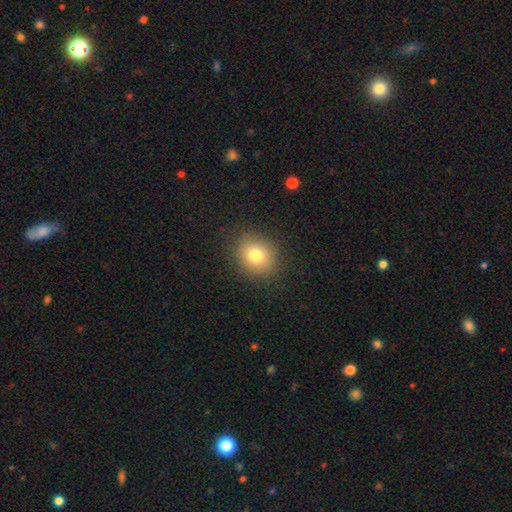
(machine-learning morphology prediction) A smooth galaxy with no disk features (78%) that is round (69%).

Vote fractions:
- Smooth or featured? smooth: 78% / star or artifact: 12% / featured or disk: 10%
- How rounded? round: 69% / in between: 30% / cigar-shaped: 1%
- Merging? none: 87% / minor disturbance: 9% / major disturbance: 3% / merger: 1%